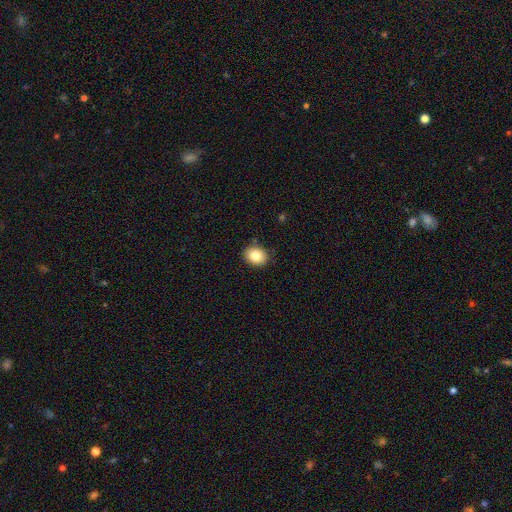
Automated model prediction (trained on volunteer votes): smooth 82%, star or artifact 9%, featured or disk 9%. Down the decision tree: how rounded — round (54%); merging — none (86%).